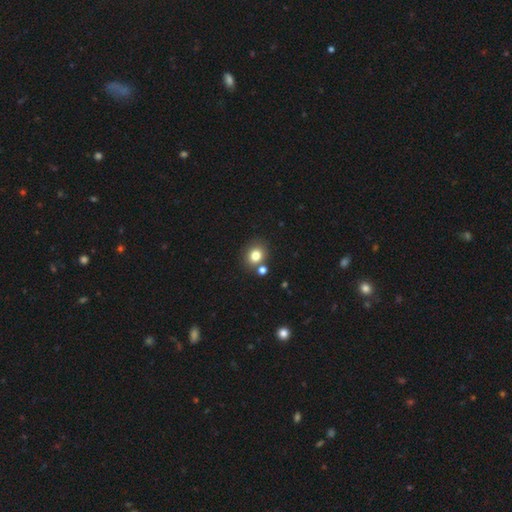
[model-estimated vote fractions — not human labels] Smooth or featured? smooth (80%)
How rounded? round (72%)
Merging? none (72%)